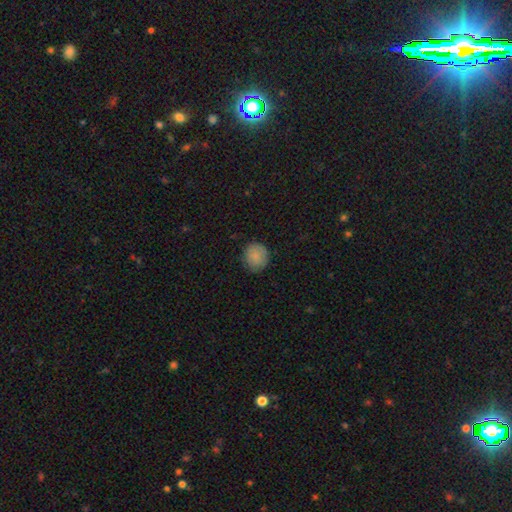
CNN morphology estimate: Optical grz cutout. It shows a smooth galaxy with no disk features (85%) that is round (85%). Merging: none (81%).